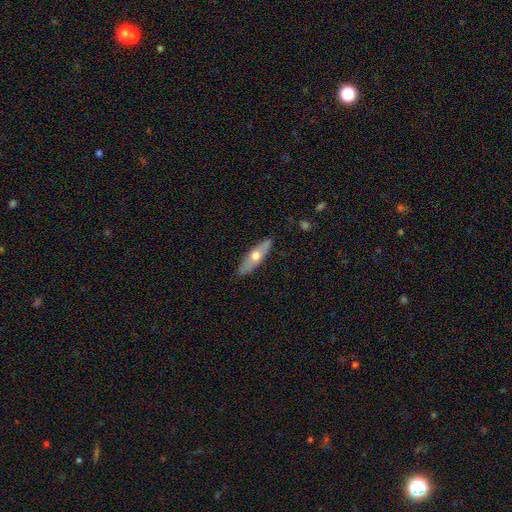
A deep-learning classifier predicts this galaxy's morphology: smooth-or-featured: smooth: 50% | featured or disk: 44% | star or artifact: 6%
  how-rounded: cigar-shaped: 56% | in between: 42% | round: 2%
  merging: none: 86% | minor disturbance: 11% | major disturbance: 2% | merger: 1%